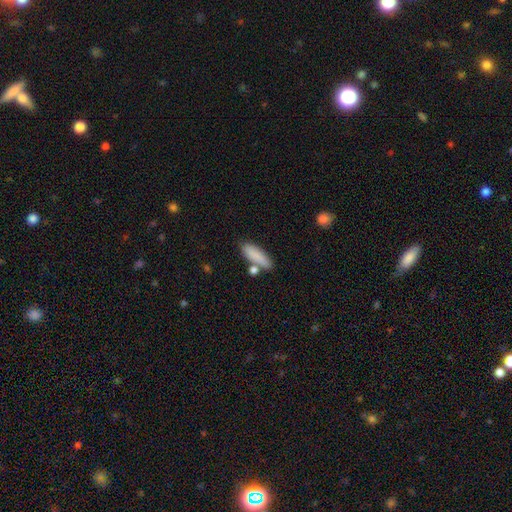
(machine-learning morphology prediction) Overall: smooth (85%). How rounded: in between (52%; cigar-shaped 46%). Merging: none (67%).